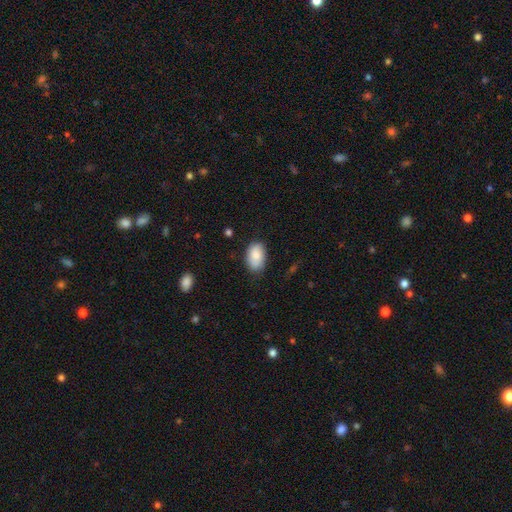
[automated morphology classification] Smooth or featured? Predicted: smooth (p=0.84). How rounded? Predicted: in between (p=0.91). Merging? Predicted: none (p=0.75).